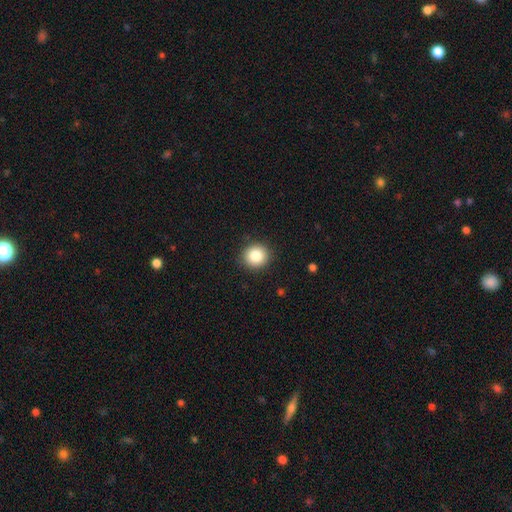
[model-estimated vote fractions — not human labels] Smooth or featured? smooth (84%)
How rounded? round (89%)
Merging? none (91%)